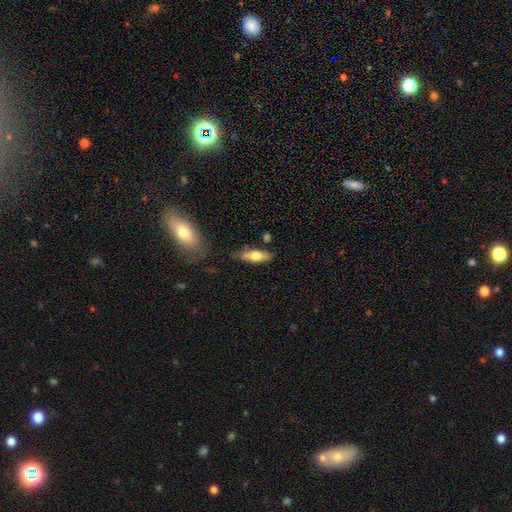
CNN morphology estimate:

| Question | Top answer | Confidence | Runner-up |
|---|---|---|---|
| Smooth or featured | smooth | 62% | featured or disk (32%) |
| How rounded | in between | 56% | cigar-shaped (41%) |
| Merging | none | 74% | minor disturbance (17%) |